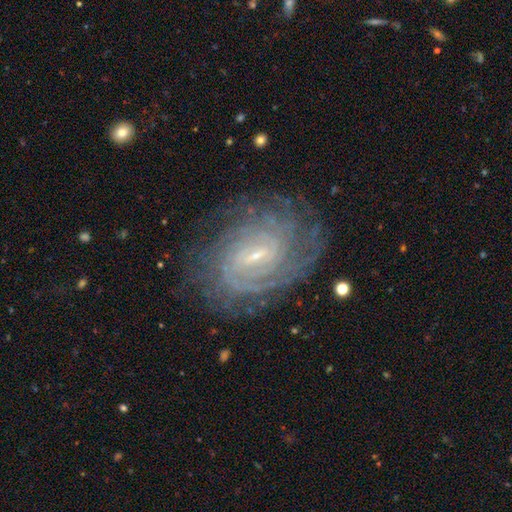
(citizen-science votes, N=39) Smooth or featured? featured or disk (90%)
Edge-on disk? no (100%)
Bar? weak (54%)
Spiral arms? yes (100%)
Spiral winding? tight (89%)
Spiral arm count? more than 4 (34%)
Bulge size? small (89%)
Merging? none (90%)